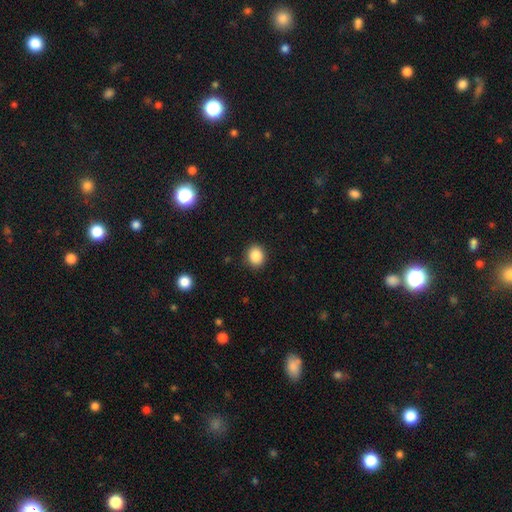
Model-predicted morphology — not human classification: smooth 87%, star or artifact 9%, featured or disk 4%. Down the decision tree: how rounded — round (66%); merging — none (90%).